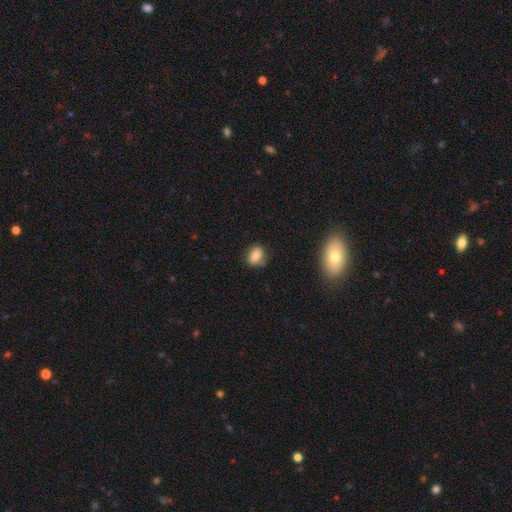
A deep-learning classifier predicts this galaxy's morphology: Smooth or featured? smooth (79%)
How rounded? in between (59%)
Merging? none (70%)